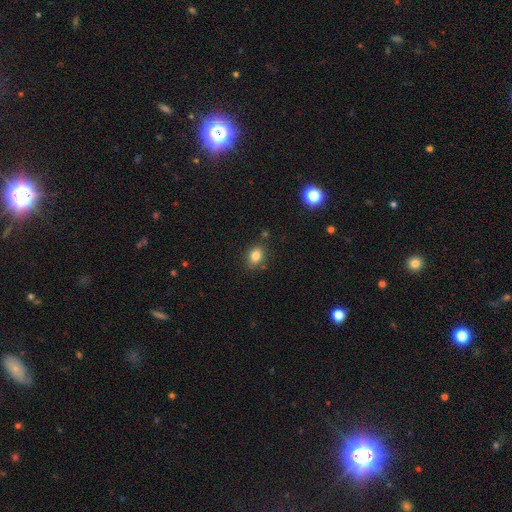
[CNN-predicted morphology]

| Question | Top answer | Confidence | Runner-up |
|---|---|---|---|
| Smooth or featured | smooth | 82% | star or artifact (11%) |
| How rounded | in between | 63% | round (36%) |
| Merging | none | 80% | minor disturbance (13%) |